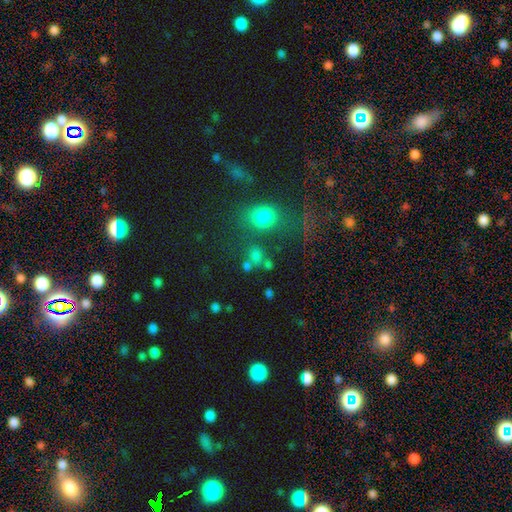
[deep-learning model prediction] smooth 66%, star or artifact 25%, featured or disk 9%. Down the decision tree: how rounded — round (54%); merging — none (56%).